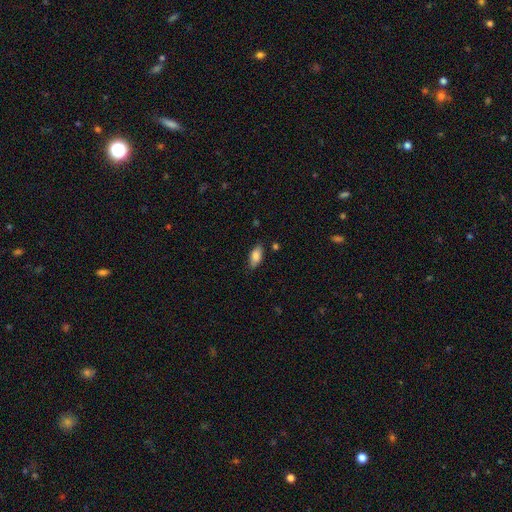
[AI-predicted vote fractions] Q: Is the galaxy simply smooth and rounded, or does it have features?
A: smooth — 82%.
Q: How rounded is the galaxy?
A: in between — 87%.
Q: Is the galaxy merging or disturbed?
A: none — 80%.